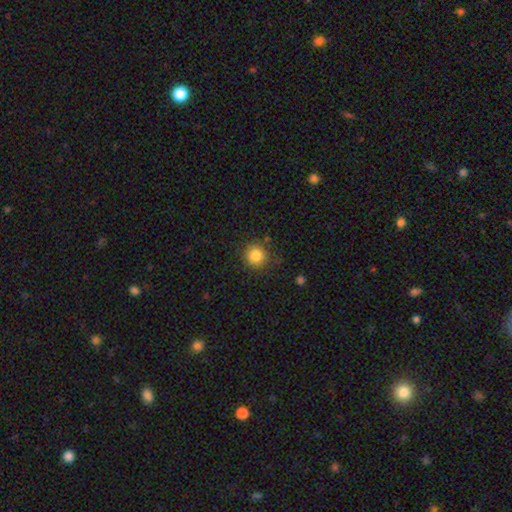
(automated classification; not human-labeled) smooth-or-featured: smooth: 84% | star or artifact: 11% | featured or disk: 5%
  how-rounded: round: 93% | in between: 6% | cigar-shaped: 1%
  merging: none: 85% | minor disturbance: 10% | major disturbance: 3% | merger: 2%